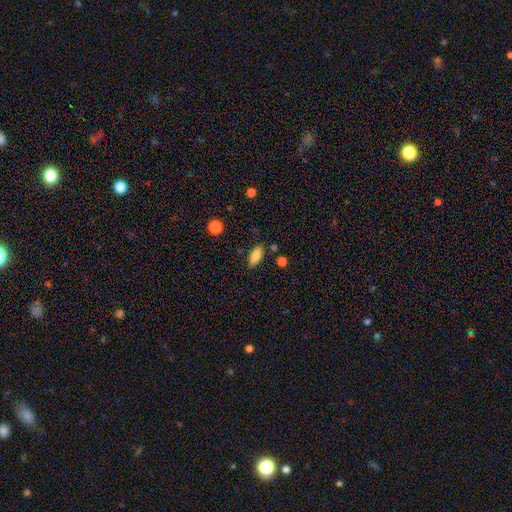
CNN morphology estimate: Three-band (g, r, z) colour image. It shows a smooth galaxy with no disk features (84%) that is in between round and cigar-shaped (81%). Merging: none (82%).